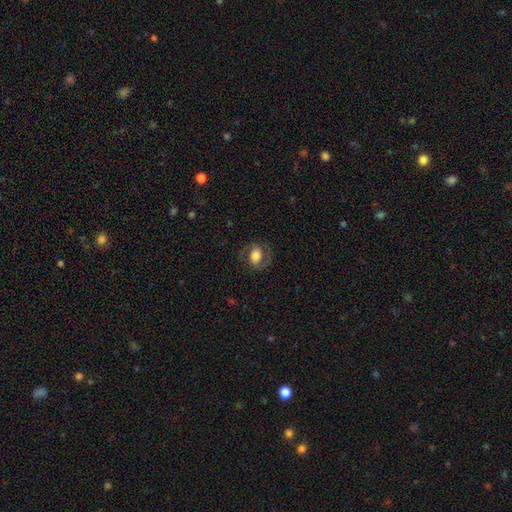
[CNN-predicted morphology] Smooth or featured? Predicted: featured or disk (p=0.54). Edge-on disk? Predicted: no (p=0.96). Bar? Predicted: no (p=0.48). Spiral arms? Predicted: yes (p=0.81). Bulge size? Predicted: moderate (p=0.45). Merging? Predicted: none (p=0.72).